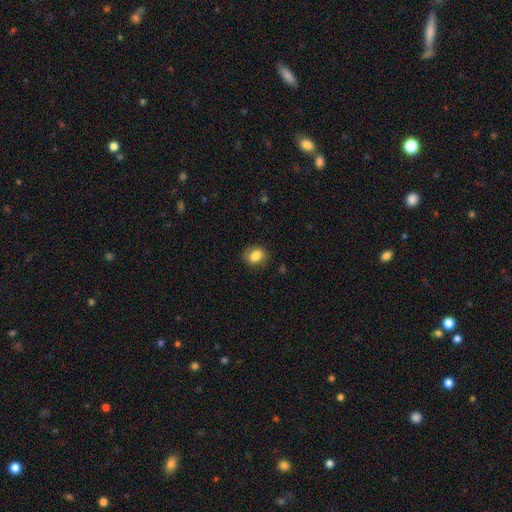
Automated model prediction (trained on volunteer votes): A smooth galaxy with no disk features (84%) that is in between round and cigar-shaped (56%).

Vote fractions:
- Smooth or featured? smooth: 84% / star or artifact: 8% / featured or disk: 8%
- How rounded? in between: 56% / round: 42% / cigar-shaped: 1%
- Merging? none: 83% / minor disturbance: 13% / major disturbance: 3% / merger: 1%